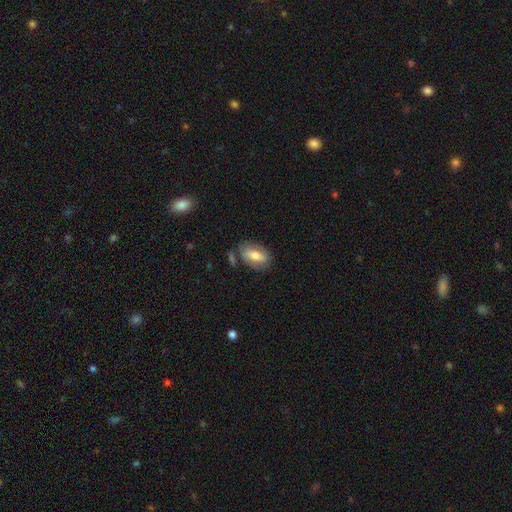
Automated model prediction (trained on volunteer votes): Smooth or featured? smooth (61%)
How rounded? in between (87%)
Merging? none (68%)